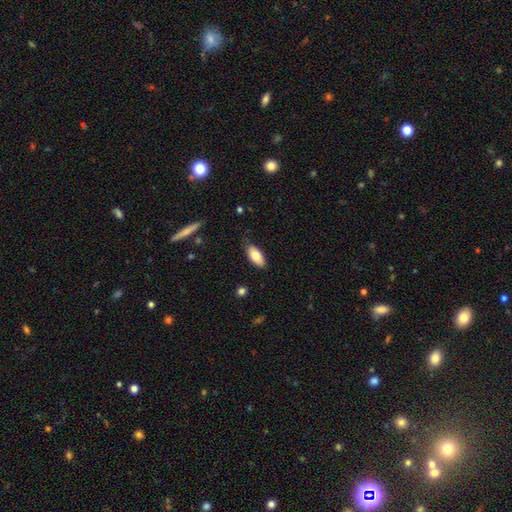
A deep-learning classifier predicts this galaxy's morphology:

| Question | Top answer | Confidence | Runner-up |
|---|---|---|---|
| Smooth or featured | smooth | 78% | featured or disk (16%) |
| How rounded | in between | 89% | cigar-shaped (9%) |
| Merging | none | 78% | minor disturbance (18%) |